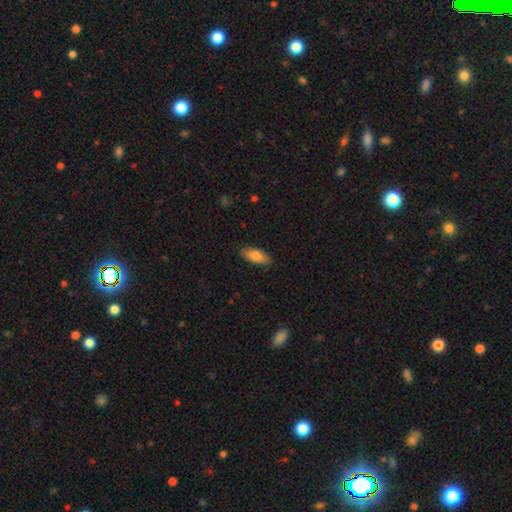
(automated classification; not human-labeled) A smooth galaxy with no disk features (82%) that is in between round and cigar-shaped (85%).

Vote fractions:
- Smooth or featured? smooth: 82% / featured or disk: 12% / star or artifact: 6%
- How rounded? in between: 85% / cigar-shaped: 13% / round: 2%
- Merging? none: 87% / minor disturbance: 10% / major disturbance: 2% / merger: 1%